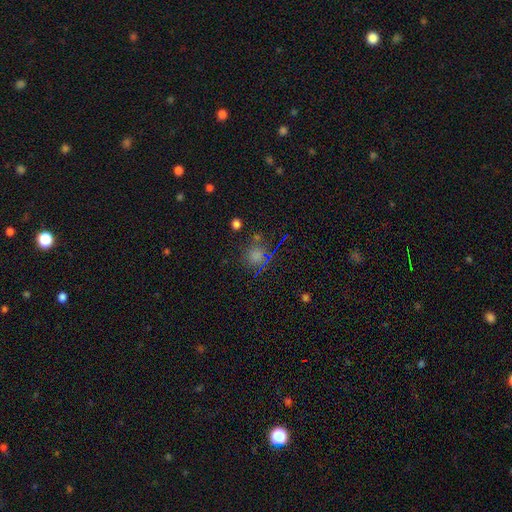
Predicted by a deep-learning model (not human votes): A smooth galaxy with no disk features (56%) that is round (90%).

Vote fractions:
- Smooth or featured? smooth: 56% / star or artifact: 35% / featured or disk: 9%
- How rounded? round: 90% / in between: 9% / cigar-shaped: 1%
- Merging? none: 73% / minor disturbance: 13% / major disturbance: 8% / merger: 7%